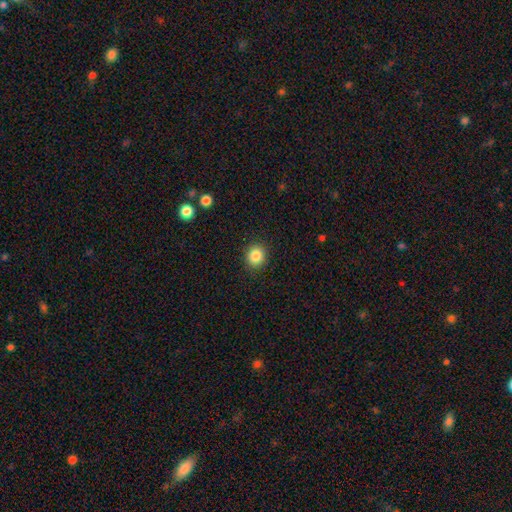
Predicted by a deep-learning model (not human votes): The model was most divided on "how rounded": round: 85%, in between: 14%, cigar-shaped: 1%. More confident: merging — none (91%); smooth or featured — smooth (86%).